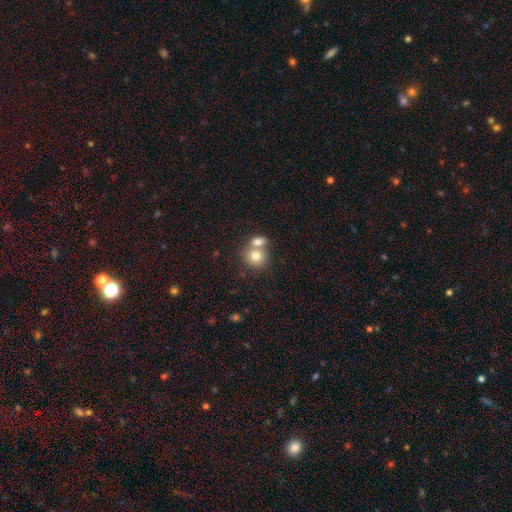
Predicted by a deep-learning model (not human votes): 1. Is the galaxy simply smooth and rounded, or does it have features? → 78% smooth, 13% featured or disk, 9% star or artifact.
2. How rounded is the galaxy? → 74% round, 25% in between, 1% cigar-shaped.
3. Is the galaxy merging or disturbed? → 53% merger, 37% none, 7% minor disturbance, 3% major disturbance.